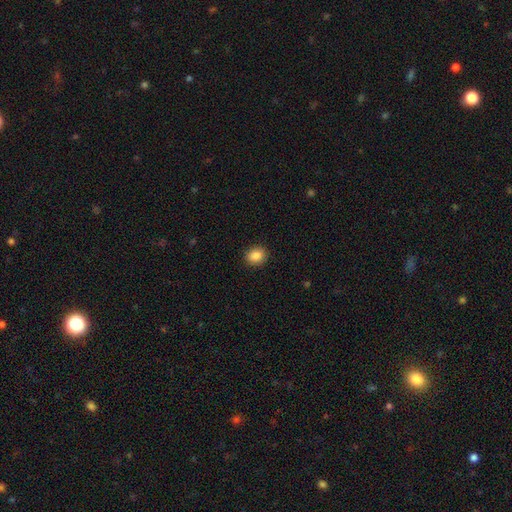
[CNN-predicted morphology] Smooth or featured? smooth (87%)
How rounded? round (66%)
Merging? none (91%)